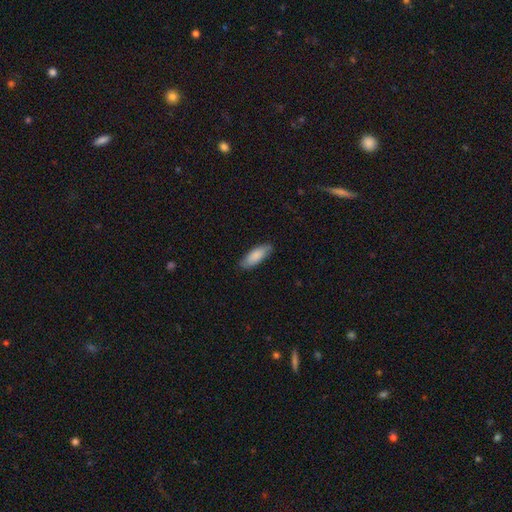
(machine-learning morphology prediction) smooth-or-featured: smooth: 86% | featured or disk: 9% | star or artifact: 5%
  how-rounded: in between: 70% | cigar-shaped: 28% | round: 2%
  merging: none: 85% | minor disturbance: 12% | major disturbance: 2% | merger: 1%